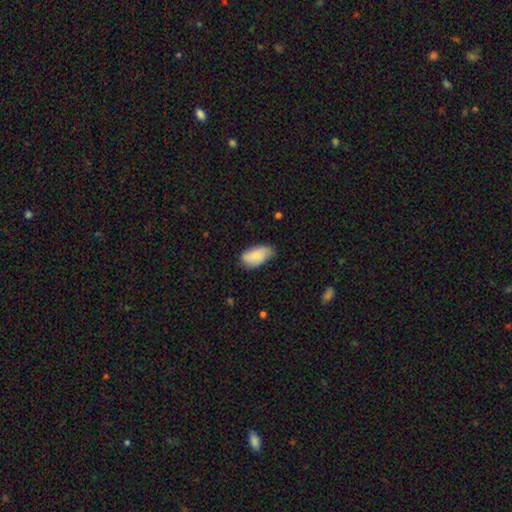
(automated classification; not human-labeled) The model was most divided on "merging": none: 60%, minor disturbance: 33%, major disturbance: 6%, merger: 1%. More confident: how rounded — in between (94%); smooth or featured — smooth (83%).